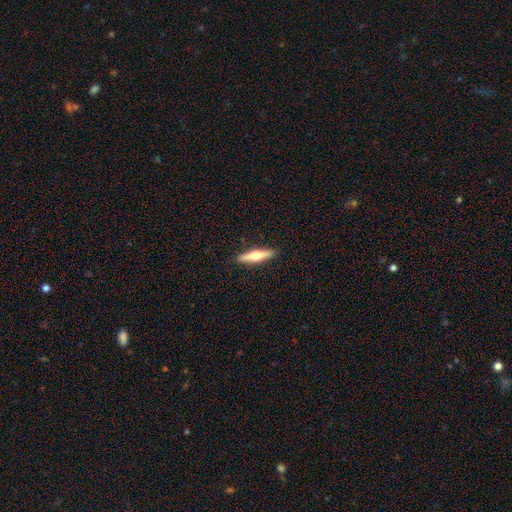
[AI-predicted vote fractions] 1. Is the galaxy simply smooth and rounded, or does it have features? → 49% featured or disk, 45% smooth, 5% star or artifact.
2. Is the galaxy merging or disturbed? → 91% none, 7% minor disturbance, 2% major disturbance, 1% merger.